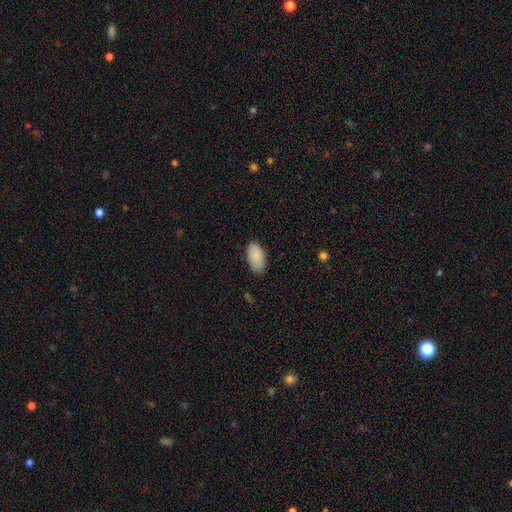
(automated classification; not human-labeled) Smooth or featured? smooth (88%)
How rounded? in between (95%)
Merging? none (82%)